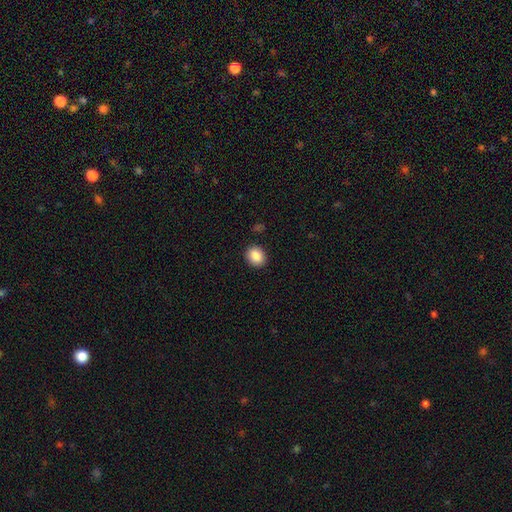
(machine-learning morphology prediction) Overall: smooth (87%). How rounded: round (58%; in between 41%). Merging: none (90%).